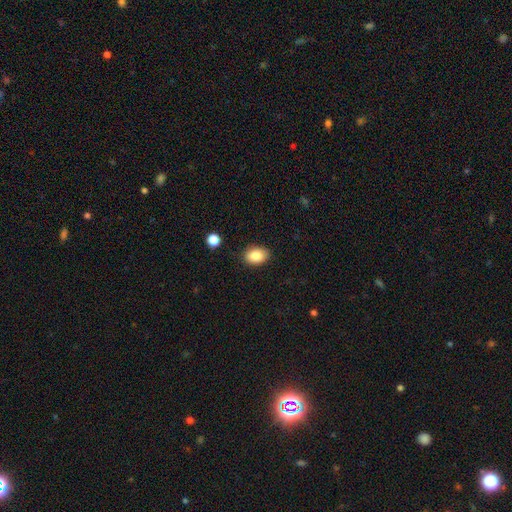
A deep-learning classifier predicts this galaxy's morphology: smooth_or_featured: smooth (p=0.86) [alt: star or artifact p=0.08]
how_rounded: in between (p=0.81) [alt: round p=0.18]
merging: none (p=0.86) [alt: minor disturbance p=0.10]